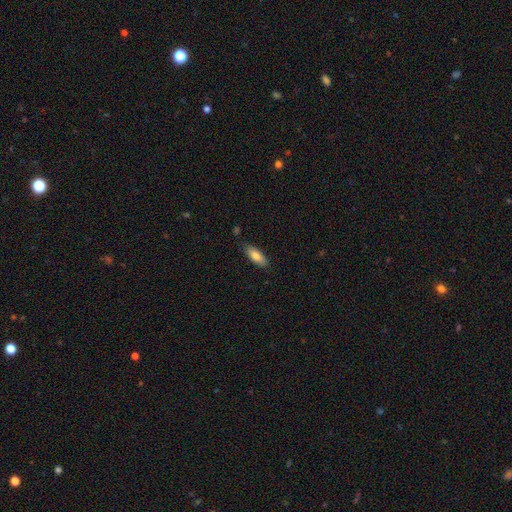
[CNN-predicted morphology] Q: Smooth or featured?
A: smooth (82%); runner-up: featured or disk (11%)
Q: How rounded?
A: in between (71%); runner-up: cigar-shaped (28%)
Q: Merging?
A: none (81%); runner-up: minor disturbance (15%)